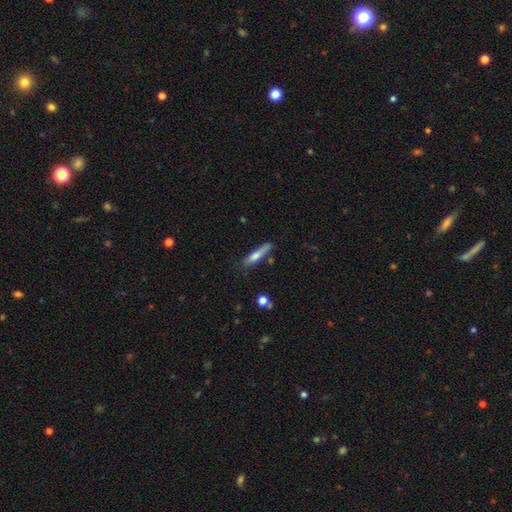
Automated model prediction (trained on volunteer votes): A smooth galaxy with no disk features (66%) that is cigar-shaped (84%). Merging: none (67%).